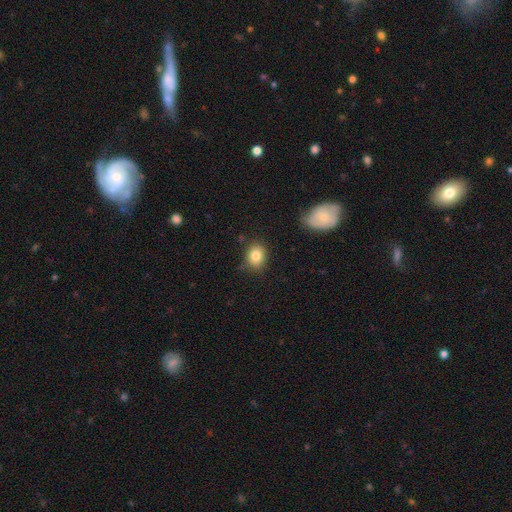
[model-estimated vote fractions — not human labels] The model was most divided on "how rounded": round: 56%, in between: 43%, cigar-shaped: 1%. More confident: smooth or featured — smooth (82%); merging — none (78%).